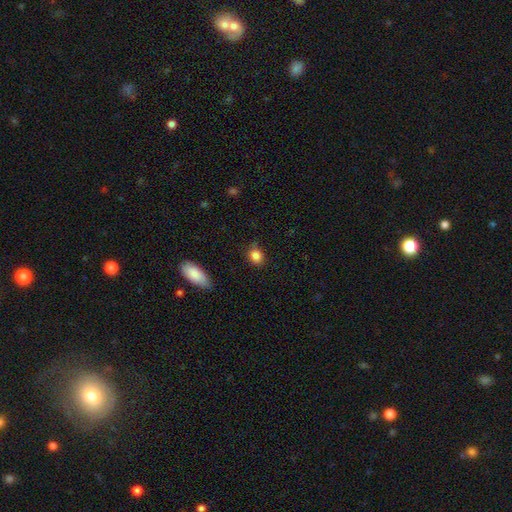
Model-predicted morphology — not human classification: smooth-or-featured: smooth: 85% | star or artifact: 10% | featured or disk: 5%
  how-rounded: round: 58% | in between: 40% | cigar-shaped: 2%
  merging: none: 76% | minor disturbance: 18% | major disturbance: 3% | merger: 3%